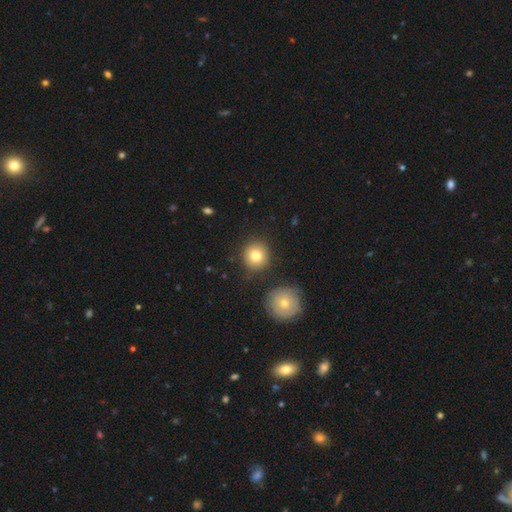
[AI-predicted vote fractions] Smooth or featured? Predicted: smooth (p=0.80). How rounded? Predicted: round (p=0.91). Merging? Predicted: none (p=0.85).